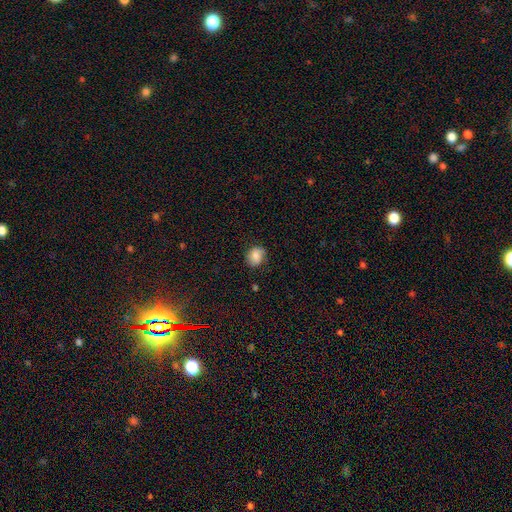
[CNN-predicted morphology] A smooth galaxy with no disk features (74%) that is round (62%).

Vote fractions:
- Smooth or featured? smooth: 74% / featured or disk: 16% / star or artifact: 10%
- How rounded? round: 62% / in between: 37% / cigar-shaped: 1%
- Merging? none: 75% / minor disturbance: 19% / major disturbance: 5% / merger: 1%